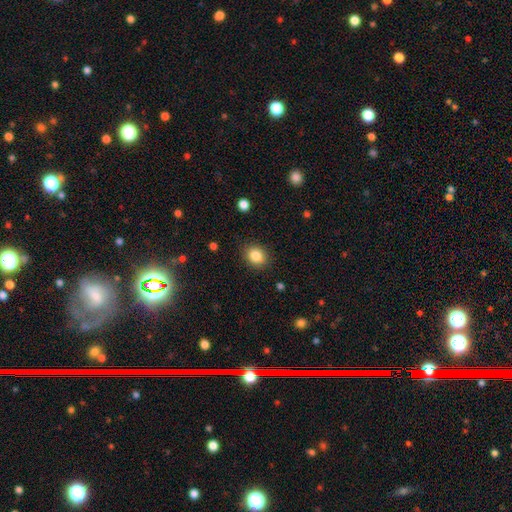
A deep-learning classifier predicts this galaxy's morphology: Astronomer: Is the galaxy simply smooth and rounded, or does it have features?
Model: smooth — 85%.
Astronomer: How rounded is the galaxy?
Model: round — 64%.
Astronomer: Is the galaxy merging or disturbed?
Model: none — 87%.